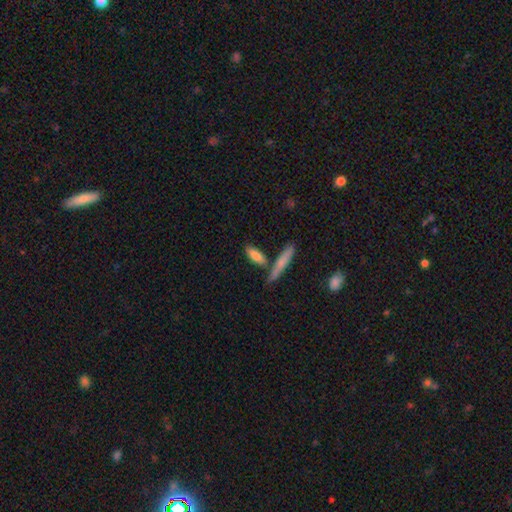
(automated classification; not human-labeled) Smooth or featured: smooth — 79% (featured or disk — 15%)
How rounded: in between — 54% (cigar-shaped — 44%)
Merging: none — 61% (merger — 22%)